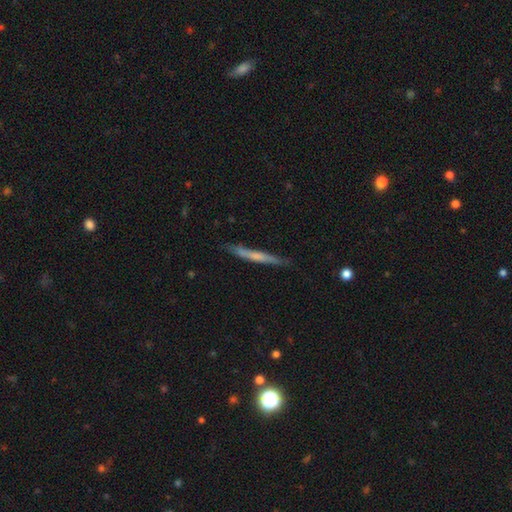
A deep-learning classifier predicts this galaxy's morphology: smooth_or_featured: smooth (p=0.51) [alt: featured or disk p=0.43]
how_rounded: cigar-shaped (p=0.96) [alt: in between p=0.03]
merging: none (p=0.84) [alt: minor disturbance p=0.12]